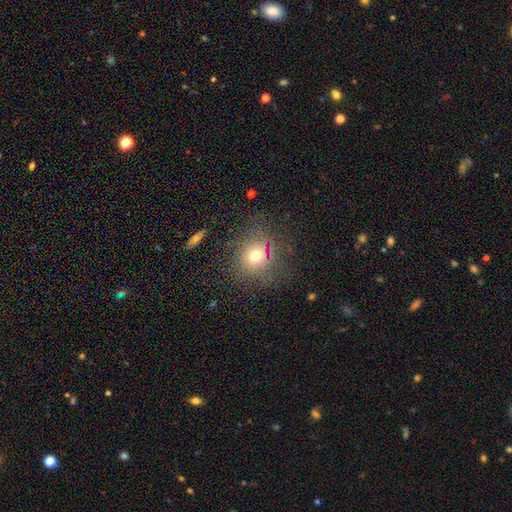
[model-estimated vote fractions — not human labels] A smooth galaxy with no disk features (68%) that is round (84%). Merging: none (76%).